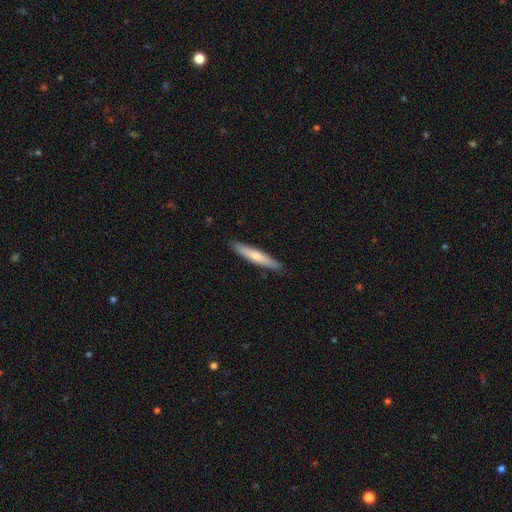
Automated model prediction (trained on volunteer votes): Smooth or featured? Predicted: smooth (p=0.60). How rounded? Predicted: cigar-shaped (p=0.91). Merging? Predicted: none (p=0.90).